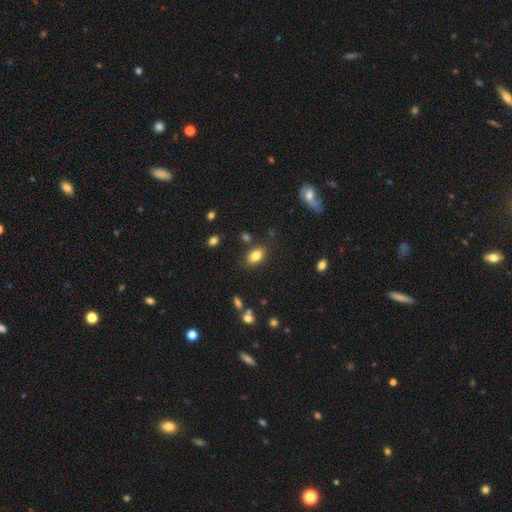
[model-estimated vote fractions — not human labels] Smooth or featured? Predicted: smooth (p=0.82). How rounded? Predicted: in between (p=0.86). Merging? Predicted: none (p=0.82).